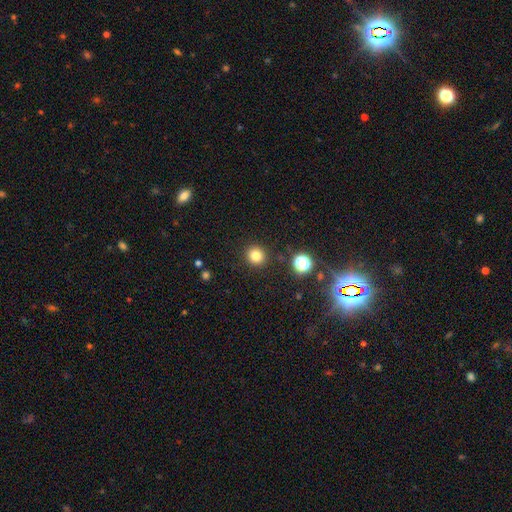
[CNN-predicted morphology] Smooth or featured: smooth — 81% (star or artifact — 14%)
How rounded: round — 89% (in between — 10%)
Merging: none — 89% (minor disturbance — 6%)